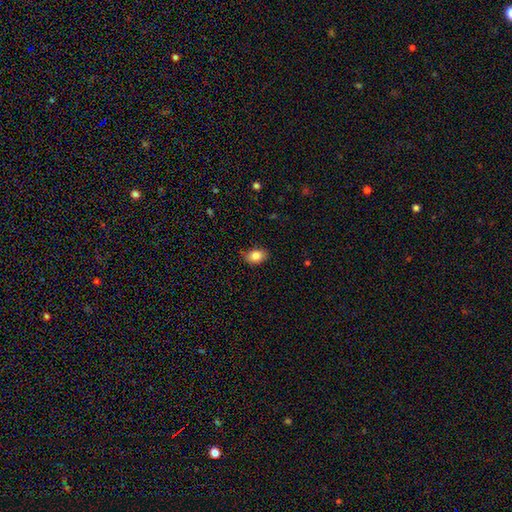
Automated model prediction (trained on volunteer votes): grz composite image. It shows a smooth galaxy with no disk features (84%) that is in between round and cigar-shaped (77%). Merging: none (72%).